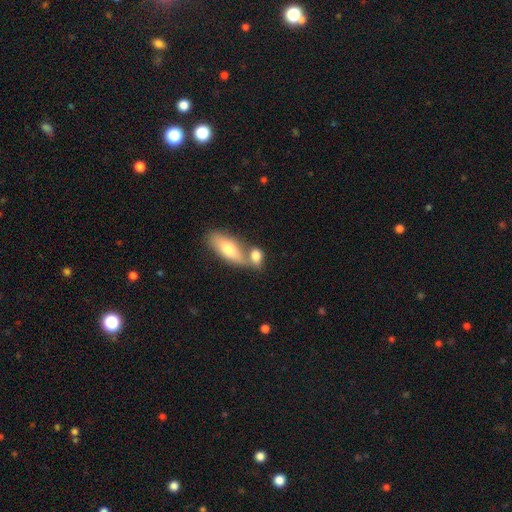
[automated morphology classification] The model was most divided on "merging": merger: 45%, none: 40%, minor disturbance: 10%, major disturbance: 5%. More confident: smooth or featured — smooth (79%); how rounded — in between (73%).